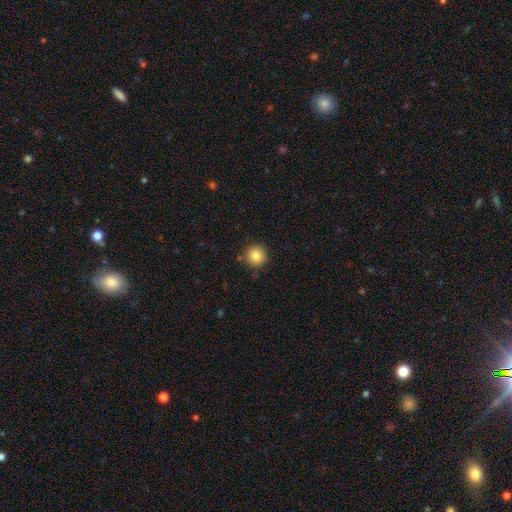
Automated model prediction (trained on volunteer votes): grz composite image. It shows a smooth galaxy with no disk features (85%) that is round (94%). Merging: none (86%).